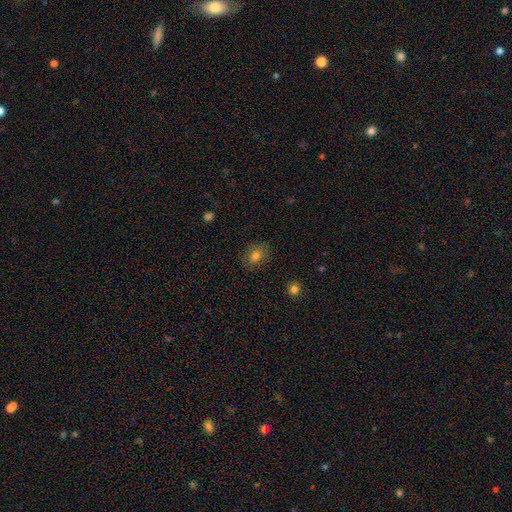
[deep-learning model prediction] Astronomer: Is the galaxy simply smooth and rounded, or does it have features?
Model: smooth — 76%.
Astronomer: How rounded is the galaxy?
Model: in between — 61% (runner-up: round, 37%).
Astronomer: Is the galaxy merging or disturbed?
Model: none — 81%.